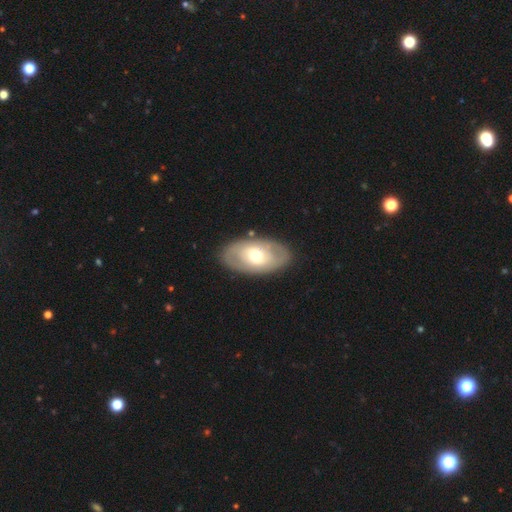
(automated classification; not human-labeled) This appears to be a featured or disk galaxy (48%). Merging: none (84%).